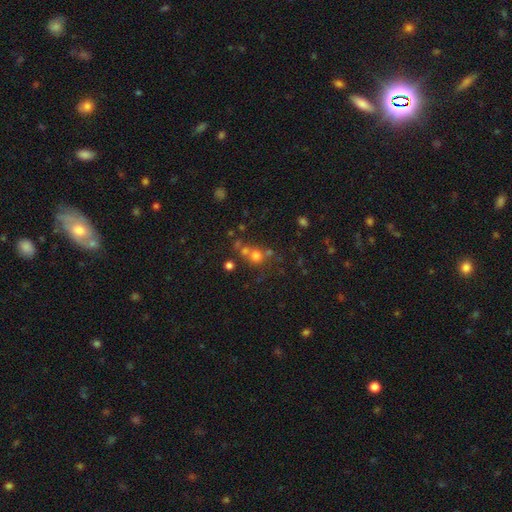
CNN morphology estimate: Smooth or featured?
  - smooth: 65% *
  - star or artifact: 21%
  - featured or disk: 14%
How rounded?
  - round: 87% *
  - in between: 12%
  - cigar-shaped: 1%
Merging?
  - none: 52% *
  - merger: 34%
  - minor disturbance: 9%
  - major disturbance: 6%